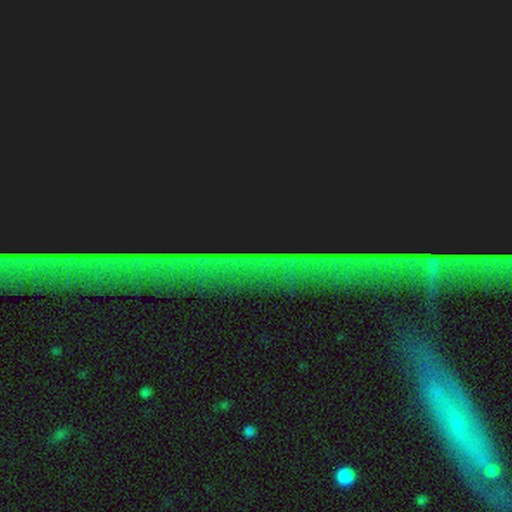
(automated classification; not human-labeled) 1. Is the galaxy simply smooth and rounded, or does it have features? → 83% star or artifact, 9% featured or disk, 8% smooth.